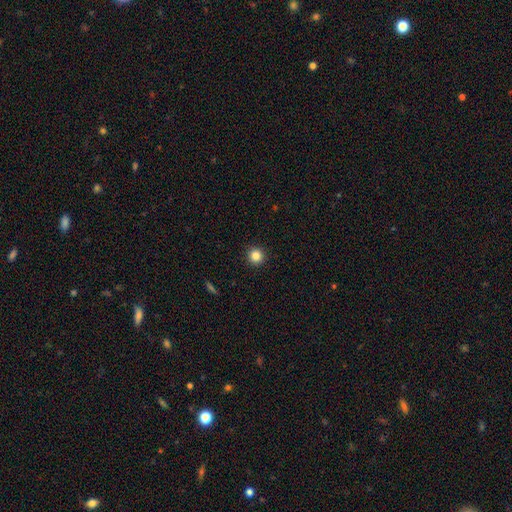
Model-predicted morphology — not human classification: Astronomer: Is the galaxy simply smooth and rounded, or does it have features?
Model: smooth — 84%.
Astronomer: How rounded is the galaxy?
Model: round — 96%.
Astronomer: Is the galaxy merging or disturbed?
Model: none — 93%.